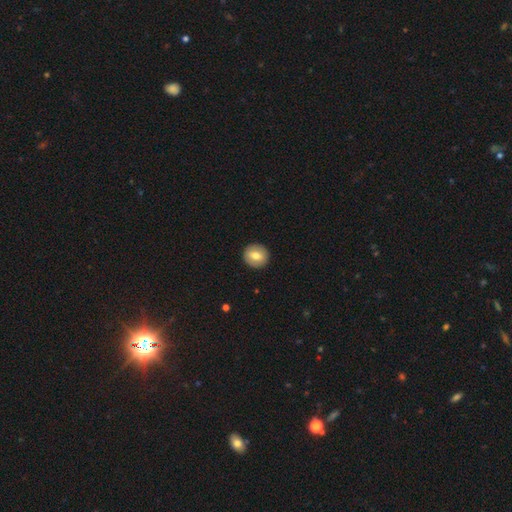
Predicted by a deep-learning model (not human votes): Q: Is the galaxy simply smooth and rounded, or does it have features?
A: smooth — 70%.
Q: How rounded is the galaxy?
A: round — 90%.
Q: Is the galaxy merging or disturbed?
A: none — 92%.